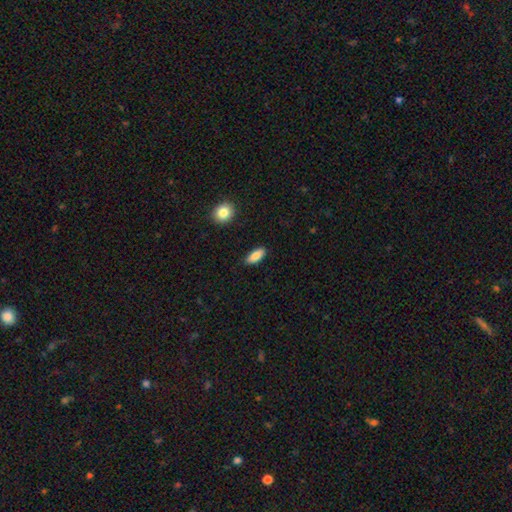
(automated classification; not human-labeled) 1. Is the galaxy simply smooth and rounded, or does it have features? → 86% smooth, 8% featured or disk, 7% star or artifact.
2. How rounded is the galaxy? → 82% in between, 16% cigar-shaped, 2% round.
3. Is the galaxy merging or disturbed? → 86% none, 10% minor disturbance, 2% major disturbance, 2% merger.